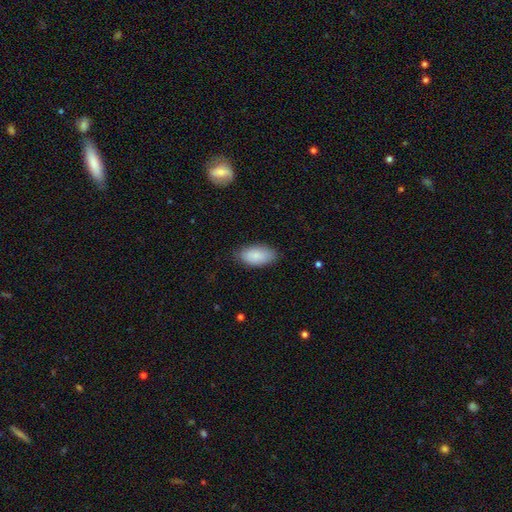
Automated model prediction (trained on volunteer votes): Morphology: type=smooth (86%); roundness=in between (94%); merging=none (82%).